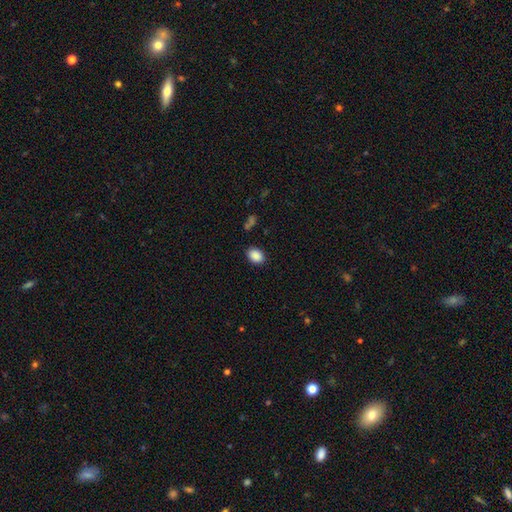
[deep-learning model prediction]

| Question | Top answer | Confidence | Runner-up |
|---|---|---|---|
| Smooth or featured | smooth | 89% | star or artifact (8%) |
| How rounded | in between | 74% | round (24%) |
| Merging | none | 87% | minor disturbance (9%) |